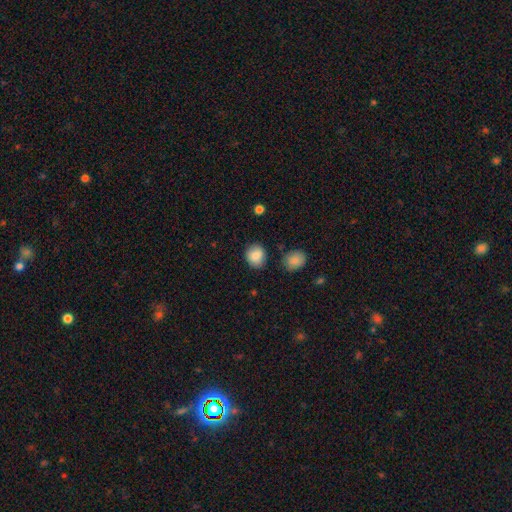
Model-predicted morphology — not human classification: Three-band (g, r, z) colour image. It shows a smooth galaxy with no disk features (87%) that is round (71%). Merging: none (82%).